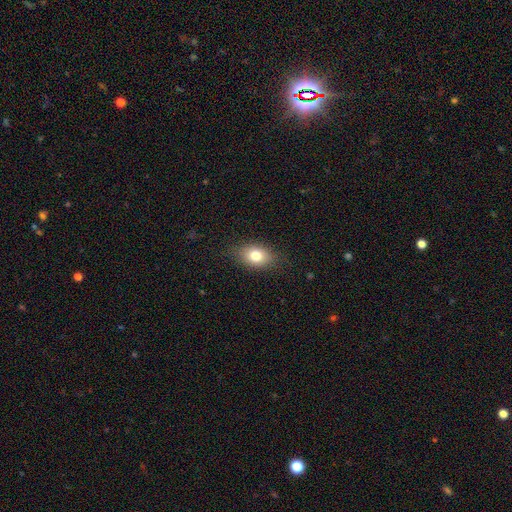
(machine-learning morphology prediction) Smooth or featured? smooth (78%)
How rounded? in between (76%)
Merging? none (82%)